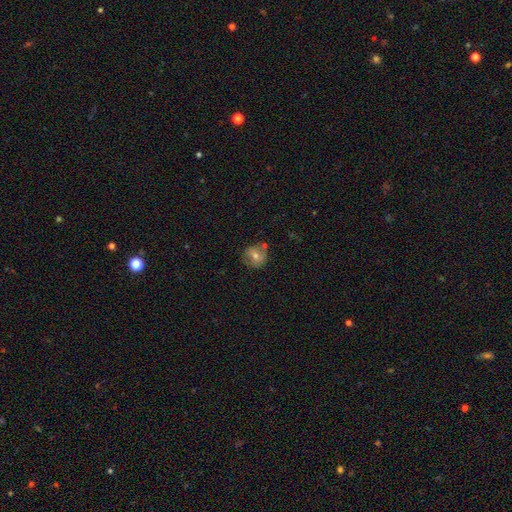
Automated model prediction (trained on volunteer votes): Morphology: type=smooth (50%); roundness=round (82%); merging=none (68%).